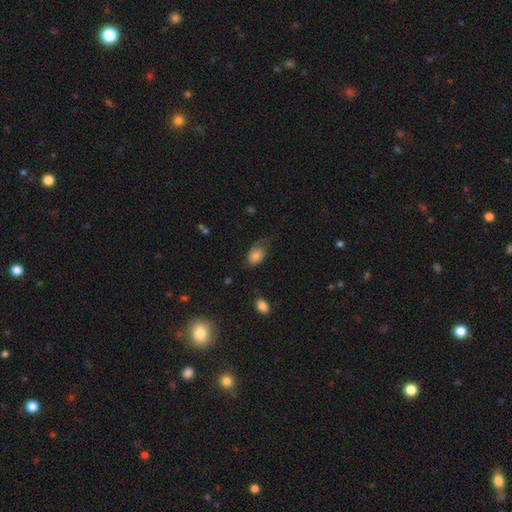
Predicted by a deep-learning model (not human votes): Smooth or featured: smooth — 75% (featured or disk — 17%)
How rounded: in between — 83% (round — 16%)
Merging: none — 45% (minor disturbance — 33%)